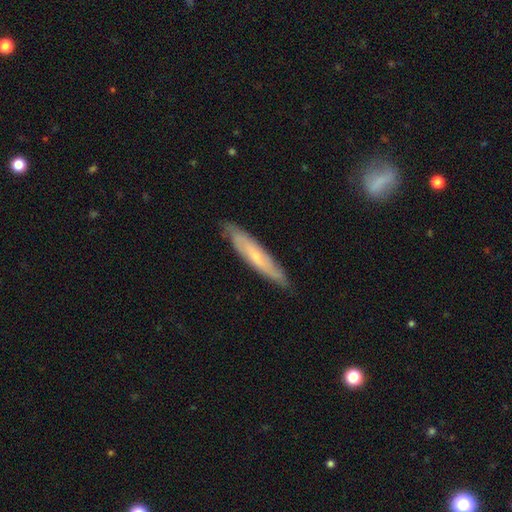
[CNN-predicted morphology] Smooth or featured? featured or disk (56%)
Edge-on disk? yes (56%)
Merging? none (83%)